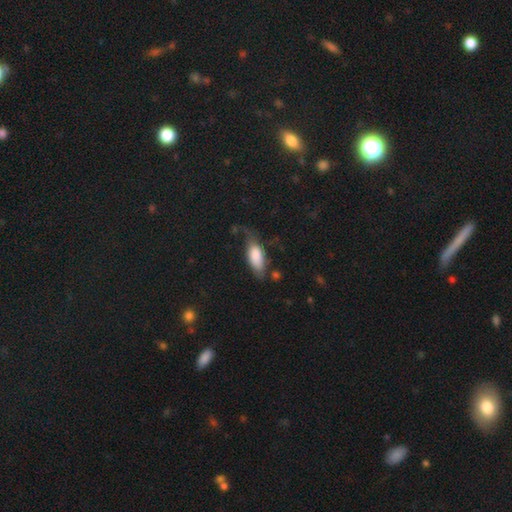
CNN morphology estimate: A smooth galaxy with no disk features (80%) that is in between round and cigar-shaped (83%).

Vote fractions:
- Smooth or featured? smooth: 80% / featured or disk: 14% / star or artifact: 6%
- How rounded? in between: 83% / cigar-shaped: 15% / round: 2%
- Merging? none: 44% / minor disturbance: 34% / major disturbance: 17% / merger: 5%